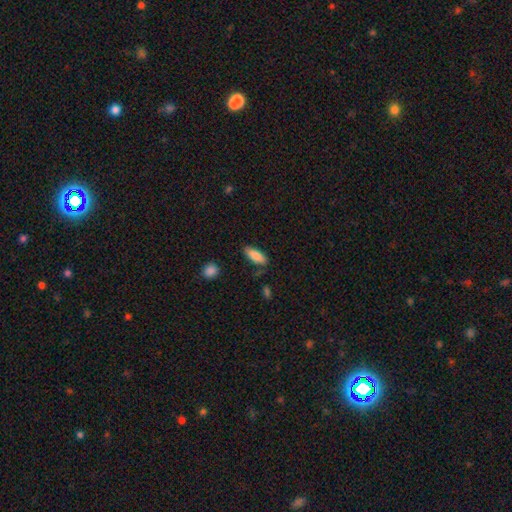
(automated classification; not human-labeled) This is clearly a smooth galaxy (85%). How rounded: likely in between (72%). Merging: likely none (80%).